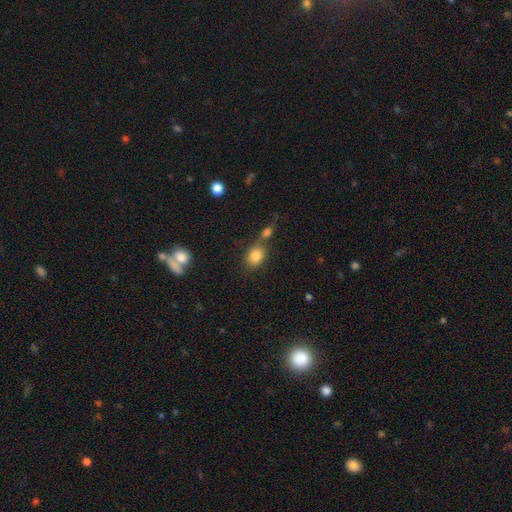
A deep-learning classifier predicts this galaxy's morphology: The model was most divided on "how rounded": in between: 61%, round: 38%, cigar-shaped: 2%. More confident: smooth or featured — smooth (83%); merging — none (54%).